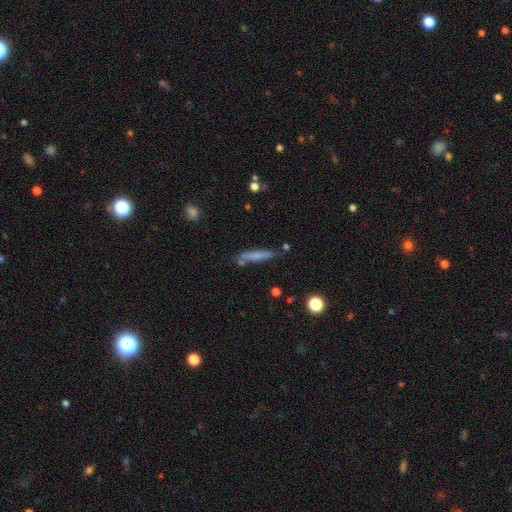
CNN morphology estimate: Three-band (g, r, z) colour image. It shows a smooth galaxy with no disk features (64%) that is cigar-shaped (91%). Merging: none (73%).